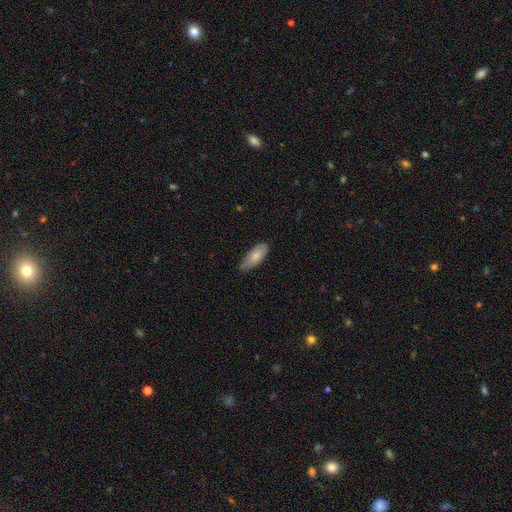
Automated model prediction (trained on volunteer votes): This appears to be a smooth galaxy with no disk features (81%) that is in between round and cigar-shaped (81%). Merging: none (70%).